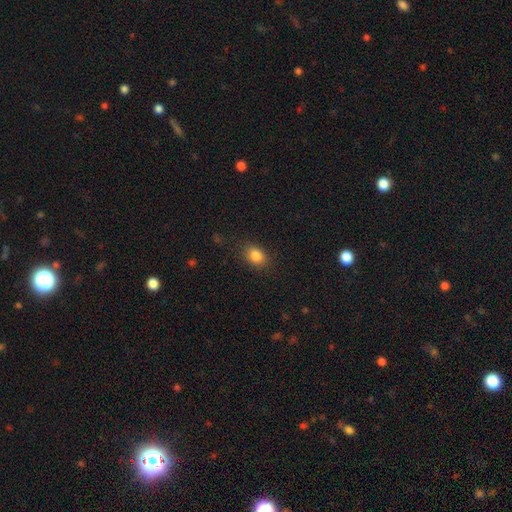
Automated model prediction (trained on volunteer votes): Smooth or featured: smooth — 84% (star or artifact — 10%)
How rounded: in between — 62% (round — 37%)
Merging: none — 84% (minor disturbance — 11%)